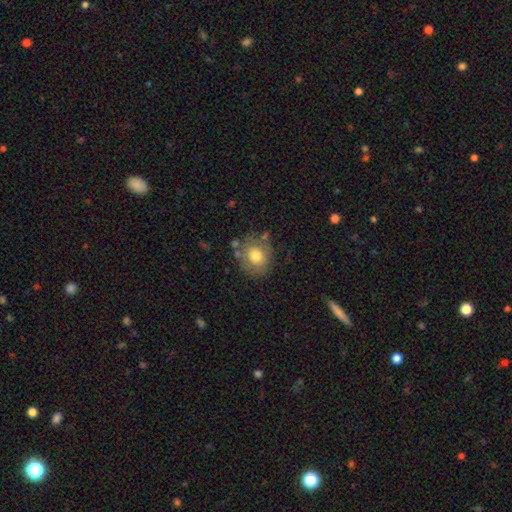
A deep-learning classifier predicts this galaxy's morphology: Q: Smooth or featured?
A: smooth (72%); runner-up: featured or disk (19%)
Q: How rounded?
A: round (81%); runner-up: in between (18%)
Q: Merging?
A: none (72%); runner-up: minor disturbance (16%)